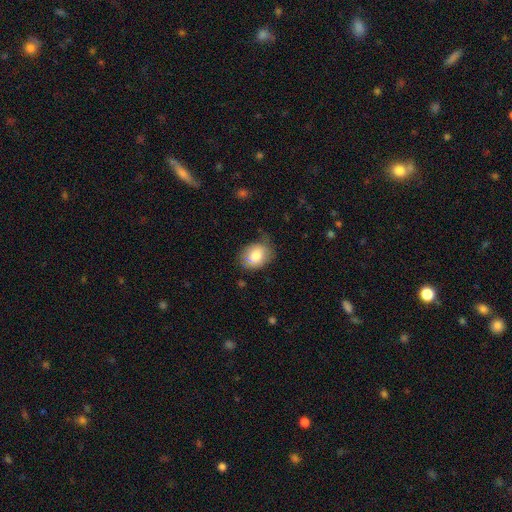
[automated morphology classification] type=smooth (79%); roundness=in between (59%); merging=none (63%).